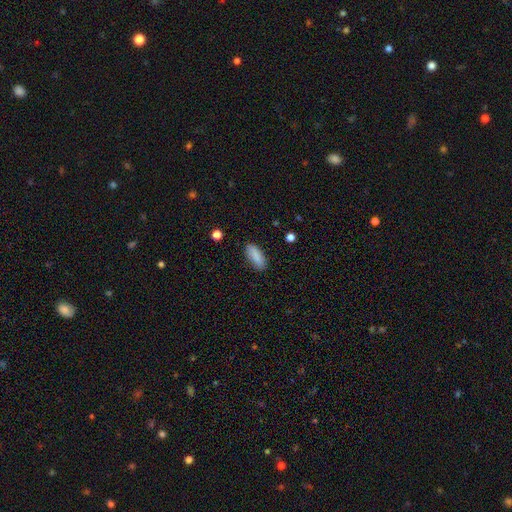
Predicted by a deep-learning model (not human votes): Morphology: type=smooth (88%); roundness=in between (78%); merging=none (83%).